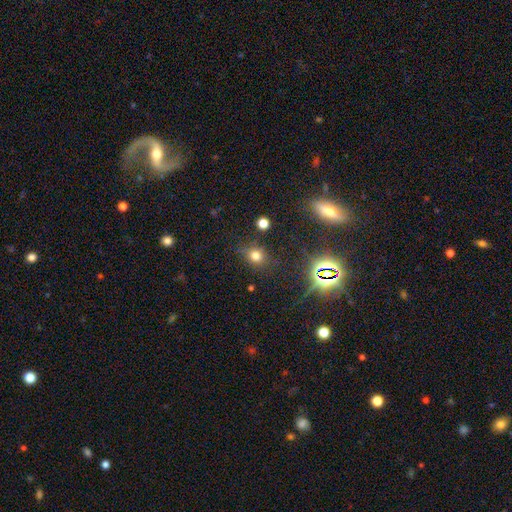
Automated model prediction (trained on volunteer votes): Smooth or featured: smooth — 70% (star or artifact — 22%)
How rounded: round — 68% (in between — 30%)
Merging: none — 77% (minor disturbance — 15%)